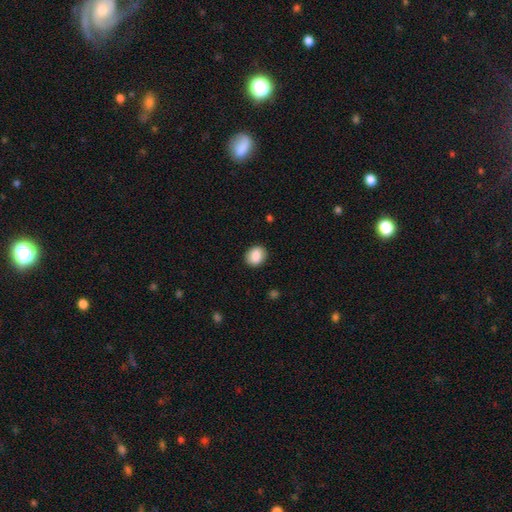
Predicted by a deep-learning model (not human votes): A smooth galaxy with no disk features (87%) that is round (54%). Merging: none (86%).